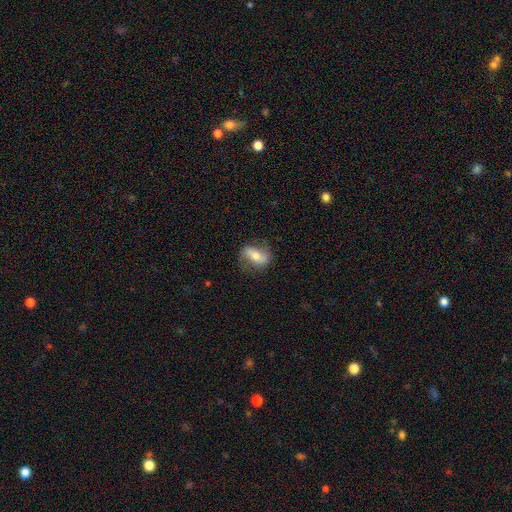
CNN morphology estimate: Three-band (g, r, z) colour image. It shows a featured or disk galaxy (56%) with a strong bar (44%), spiral arms (78%) and a moderate central bulge (59%). Merging: none (74%).